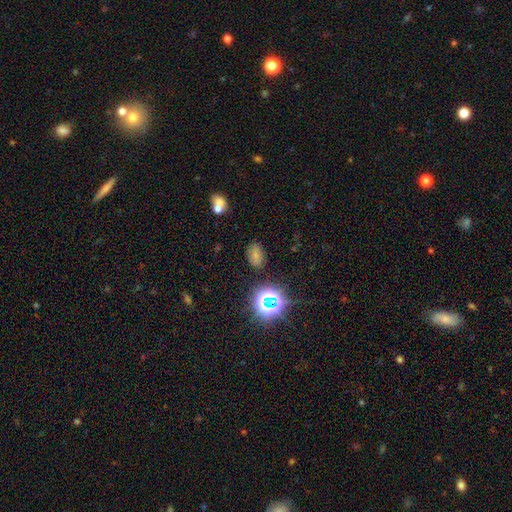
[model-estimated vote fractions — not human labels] smooth-or-featured: smooth: 65% | star or artifact: 25% | featured or disk: 10%
  how-rounded: in between: 88% | round: 10% | cigar-shaped: 2%
  merging: none: 80% | minor disturbance: 13% | major disturbance: 4% | merger: 3%